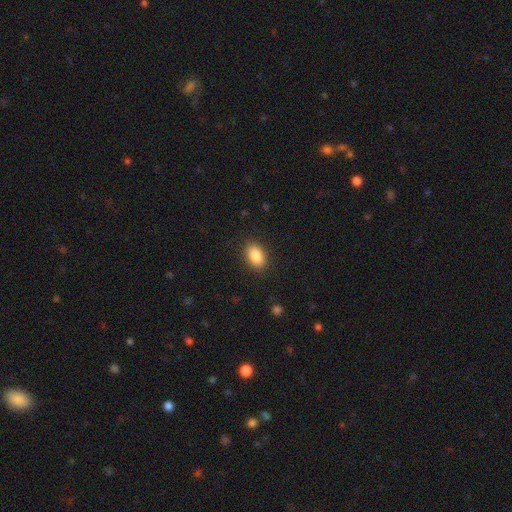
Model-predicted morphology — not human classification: Smooth or featured? Predicted: smooth (p=0.88). How rounded? Predicted: in between (p=0.88). Merging? Predicted: none (p=0.88).